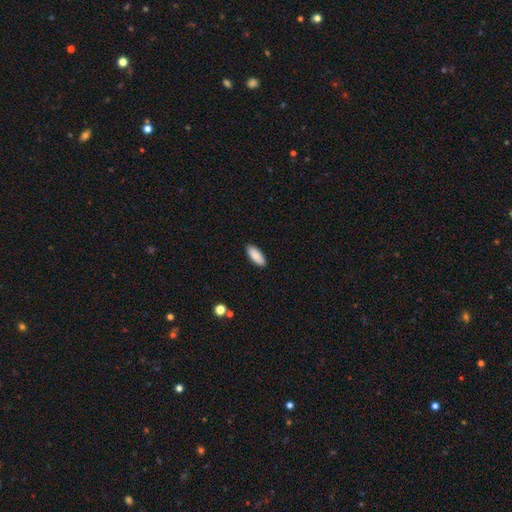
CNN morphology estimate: Smooth or featured: smooth — 88% (star or artifact — 6%)
How rounded: in between — 78% (cigar-shaped — 20%)
Merging: none — 90% (minor disturbance — 8%)